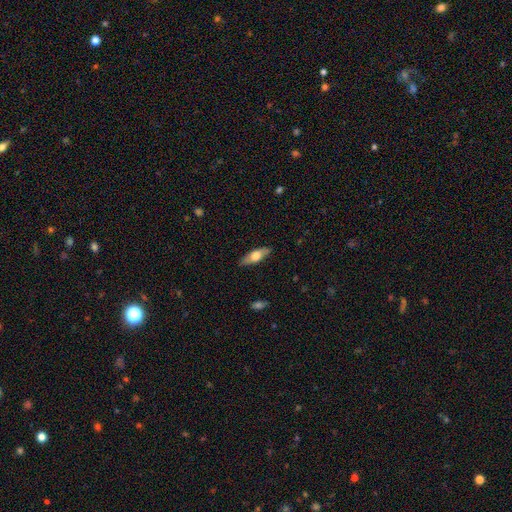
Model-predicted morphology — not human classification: smooth 57%, featured or disk 37%, star or artifact 6%. Down the decision tree: how rounded — in between (60%); merging — none (86%).